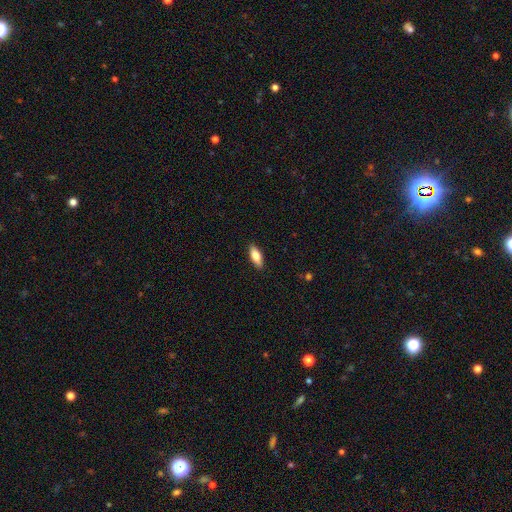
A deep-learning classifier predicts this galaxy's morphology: The model was most divided on "how rounded": in between: 72%, cigar-shaped: 25%, round: 2%. More confident: merging — none (89%); smooth or featured — smooth (78%).